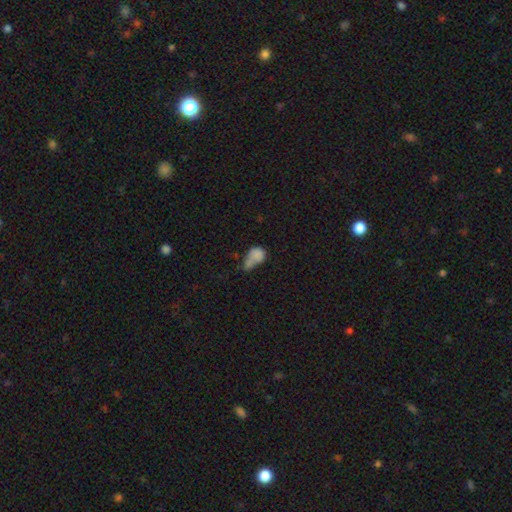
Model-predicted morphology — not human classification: Smooth or featured: smooth — 75% (featured or disk — 13%)
How rounded: in between — 59% (round — 39%)
Merging: merger — 32% (minor disturbance — 23%)